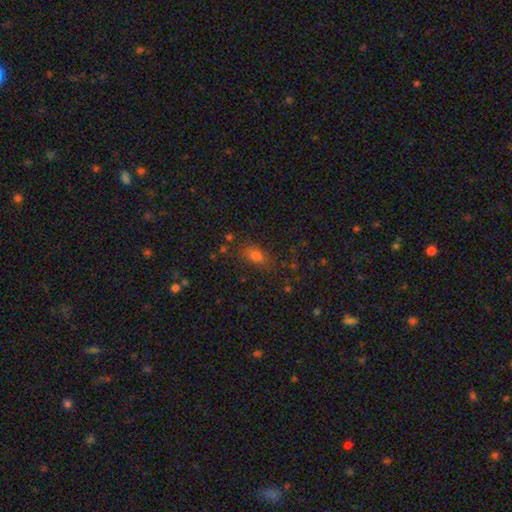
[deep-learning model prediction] Smooth or featured?
  - smooth: 72% *
  - star or artifact: 18%
  - featured or disk: 10%
How rounded?
  - in between: 75% *
  - round: 18%
  - cigar-shaped: 8%
Merging?
  - none: 75% *
  - minor disturbance: 15%
  - major disturbance: 5%
  - merger: 4%